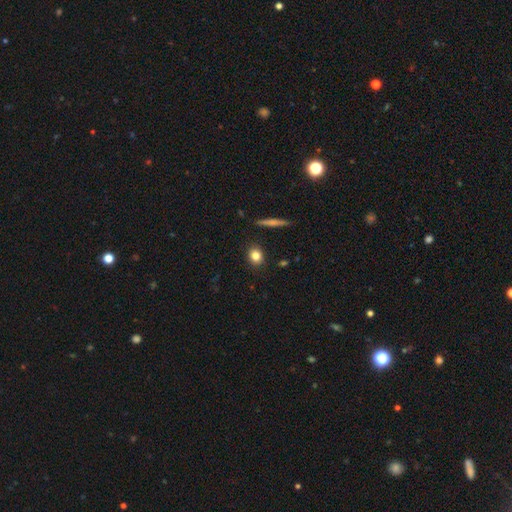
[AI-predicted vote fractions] Smooth or featured: smooth — 80% (star or artifact — 10%)
How rounded: round — 67% (in between — 30%)
Merging: none — 89% (minor disturbance — 7%)